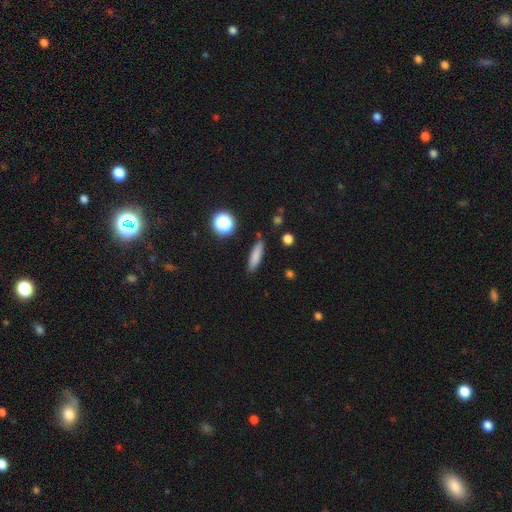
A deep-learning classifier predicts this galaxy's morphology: Smooth or featured? smooth (80%)
How rounded? cigar-shaped (71%)
Merging? none (85%)